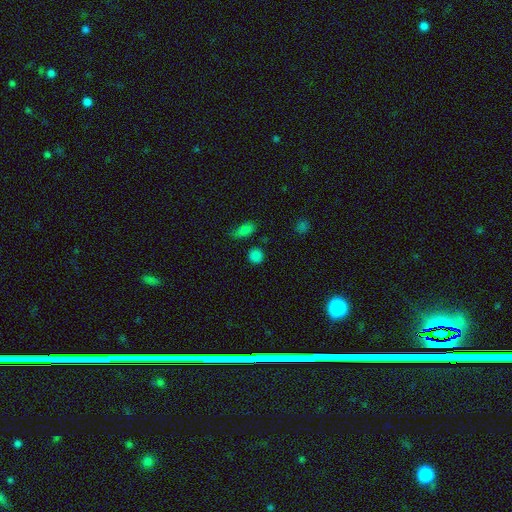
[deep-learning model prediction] smooth-or-featured: smooth: 78% | star or artifact: 18% | featured or disk: 4%
  how-rounded: round: 88% | in between: 11% | cigar-shaped: 1%
  merging: none: 83% | minor disturbance: 10% | merger: 5% | major disturbance: 3%